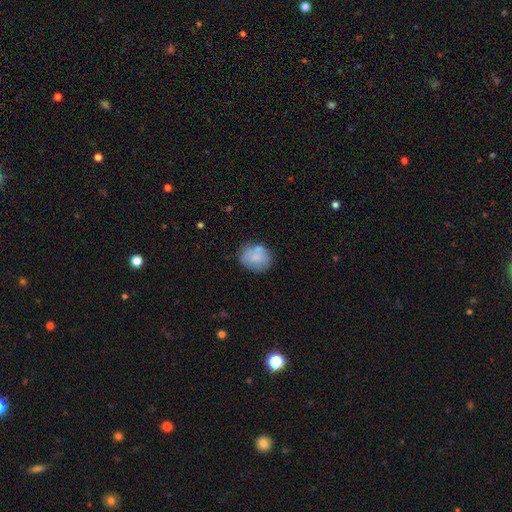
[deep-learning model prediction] This is likely a smooth galaxy (69%). How rounded: likely round (64%). Merging: likely none (62%).